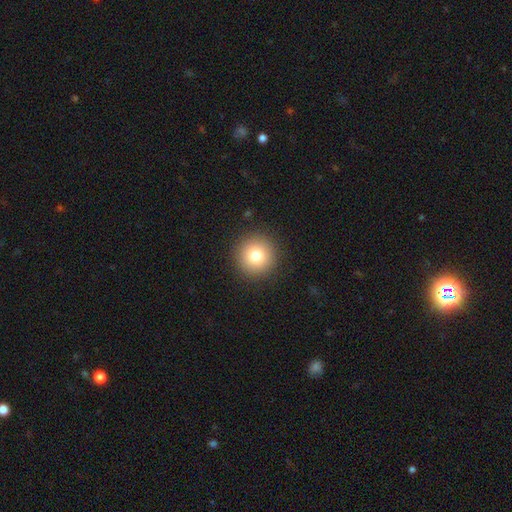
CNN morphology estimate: This appears to be a smooth galaxy with no disk features (79%) that is round (96%). Merging: none (92%).